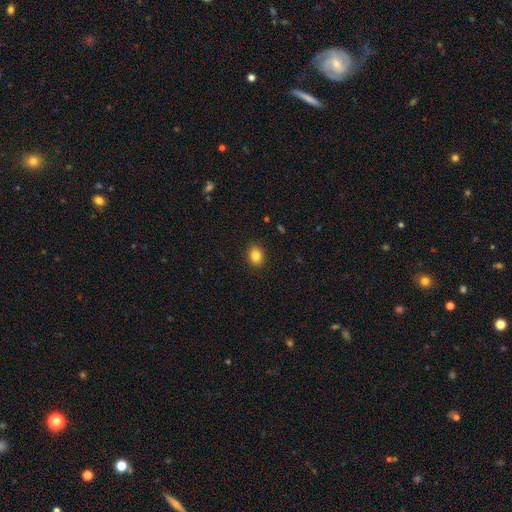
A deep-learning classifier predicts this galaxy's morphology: Smooth or featured: smooth — 84% (star or artifact — 10%)
How rounded: in between — 53% (round — 46%)
Merging: none — 90% (minor disturbance — 7%)